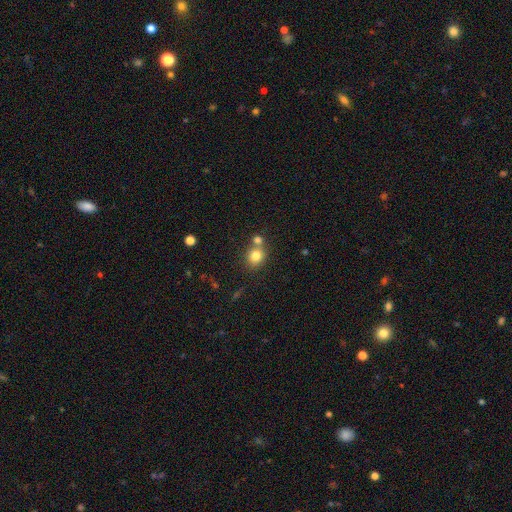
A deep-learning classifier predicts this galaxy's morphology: type=smooth (80%); roundness=round (77%); merging=none (57%).